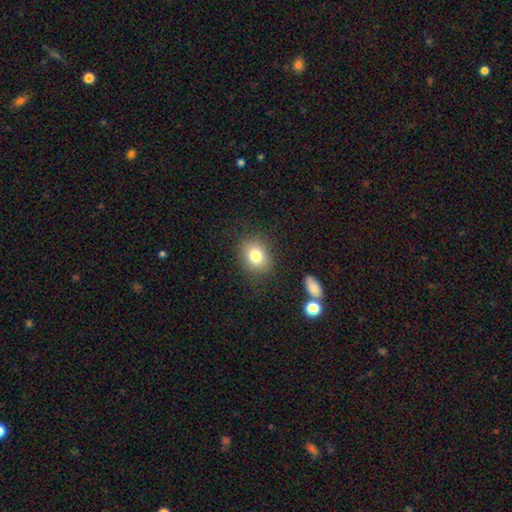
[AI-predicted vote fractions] Smooth or featured? smooth (79%)
How rounded? round (58%)
Merging? none (85%)